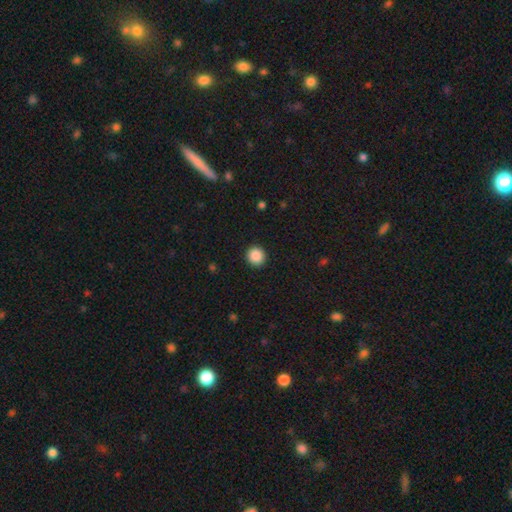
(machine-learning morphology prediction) This is clearly a smooth galaxy (88%). How rounded: clearly round (93%). Merging: clearly none (93%).